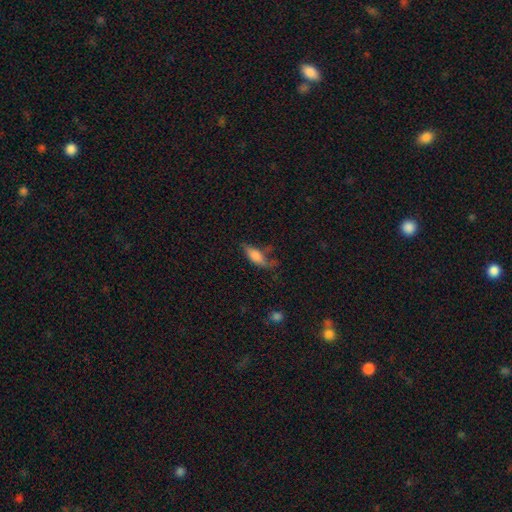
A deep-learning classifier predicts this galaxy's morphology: This appears to be a smooth galaxy with no disk features (68%) that is in between round and cigar-shaped (69%). Merging: none (38%).